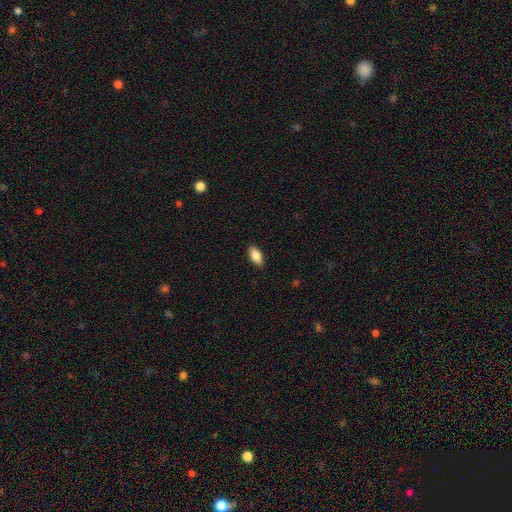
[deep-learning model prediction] A smooth galaxy with no disk features (86%) that is in between round and cigar-shaped (88%).

Vote fractions:
- Smooth or featured? smooth: 86% / featured or disk: 8% / star or artifact: 6%
- How rounded? in between: 88% / cigar-shaped: 9% / round: 3%
- Merging? none: 88% / minor disturbance: 9% / major disturbance: 2% / merger: 1%